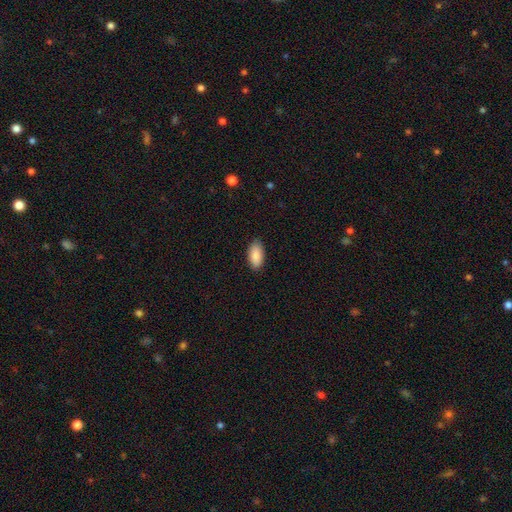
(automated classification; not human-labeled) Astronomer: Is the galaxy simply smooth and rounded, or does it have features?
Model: smooth — 89%.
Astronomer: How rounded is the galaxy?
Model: in between — 94%.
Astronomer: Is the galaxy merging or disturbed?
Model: none — 88%.